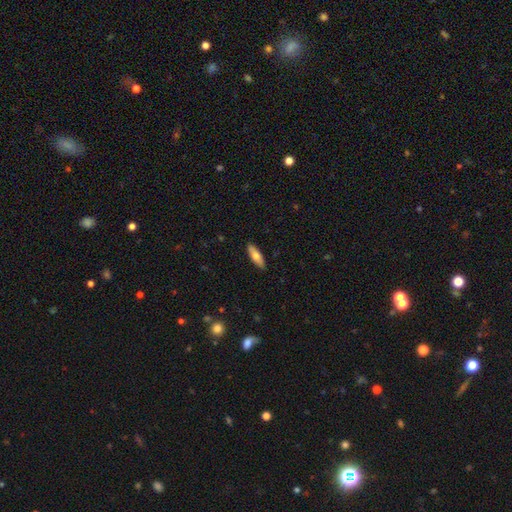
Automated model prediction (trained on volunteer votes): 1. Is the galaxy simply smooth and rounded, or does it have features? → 69% smooth, 26% featured or disk, 6% star or artifact.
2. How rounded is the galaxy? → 52% in between, 46% cigar-shaped, 2% round.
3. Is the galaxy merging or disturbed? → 89% none, 8% minor disturbance, 2% major disturbance, 1% merger.